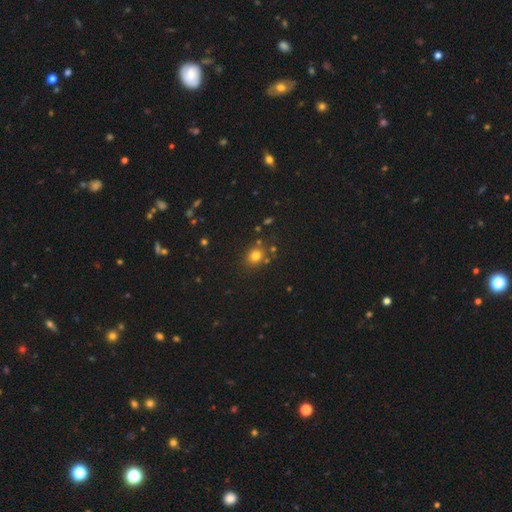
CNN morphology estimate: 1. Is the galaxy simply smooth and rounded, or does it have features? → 76% smooth, 16% star or artifact, 8% featured or disk.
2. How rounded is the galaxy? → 75% round, 25% in between, 1% cigar-shaped.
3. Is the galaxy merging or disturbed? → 77% none, 11% minor disturbance, 8% merger, 4% major disturbance.